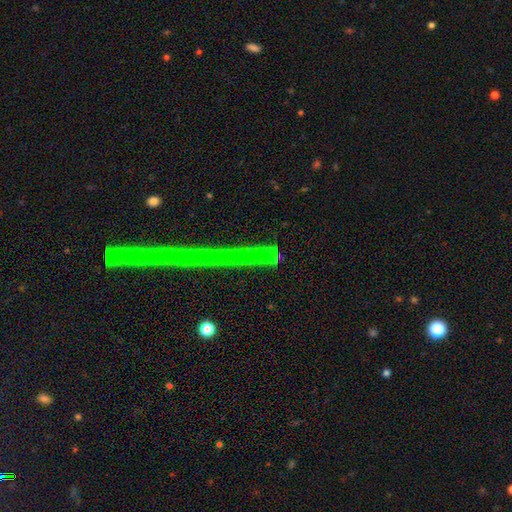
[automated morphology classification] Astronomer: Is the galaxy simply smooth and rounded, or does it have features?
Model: star or artifact — 71%.